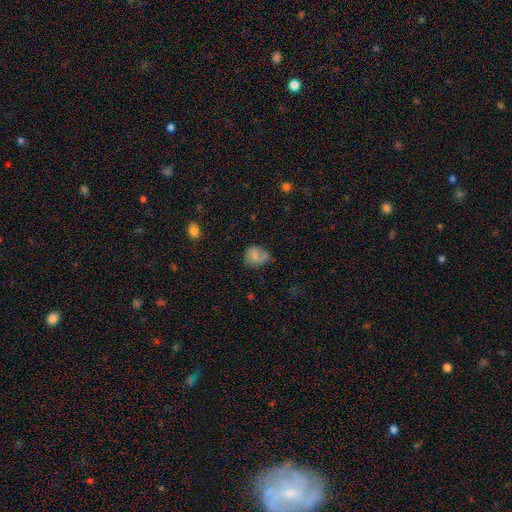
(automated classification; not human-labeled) Smooth or featured: smooth — 67% (featured or disk — 23%)
How rounded: round — 65% (in between — 34%)
Merging: none — 53% (minor disturbance — 26%)